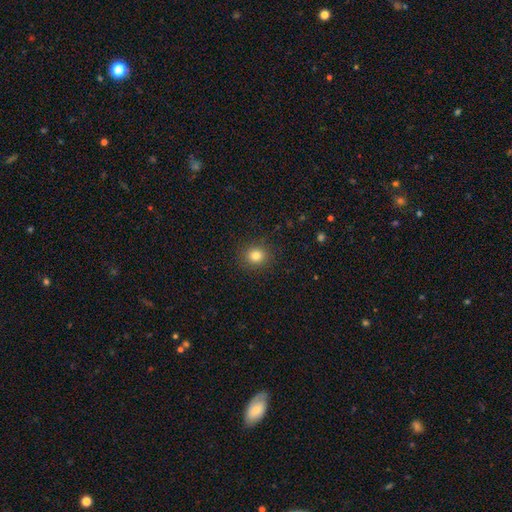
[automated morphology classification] Smooth or featured?
  - smooth: 82% *
  - star or artifact: 12%
  - featured or disk: 6%
How rounded?
  - round: 84% *
  - in between: 16%
  - cigar-shaped: 1%
Merging?
  - none: 90% *
  - minor disturbance: 7%
  - major disturbance: 2%
  - merger: 1%